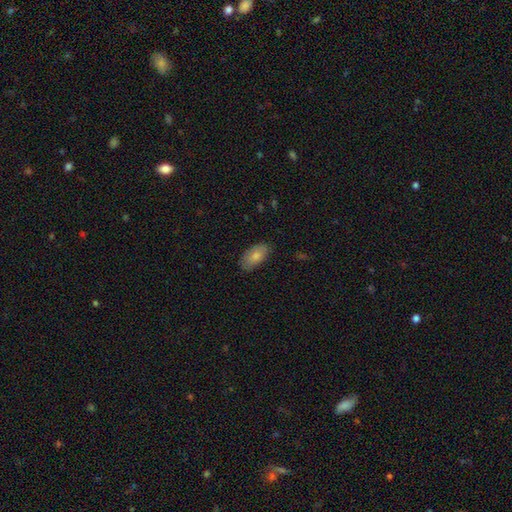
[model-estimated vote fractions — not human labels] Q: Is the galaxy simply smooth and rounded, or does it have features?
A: smooth — 82%.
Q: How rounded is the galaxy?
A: in between — 93%.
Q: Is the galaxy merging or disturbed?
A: none — 81%.